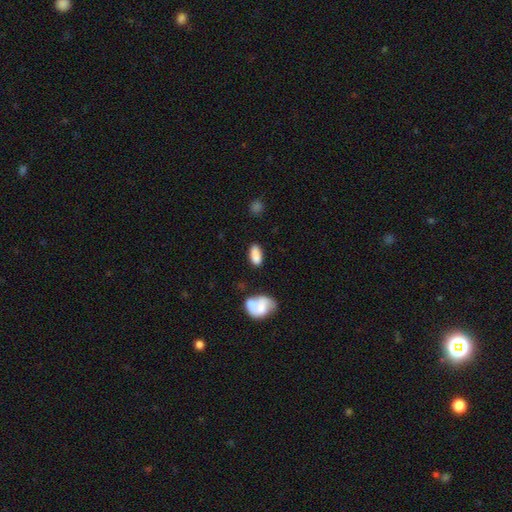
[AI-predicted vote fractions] smooth_or_featured: smooth (p=0.85) [alt: star or artifact p=0.07]
how_rounded: in between (p=0.80) [alt: cigar-shaped p=0.17]
merging: none (p=0.76) [alt: minor disturbance p=0.14]